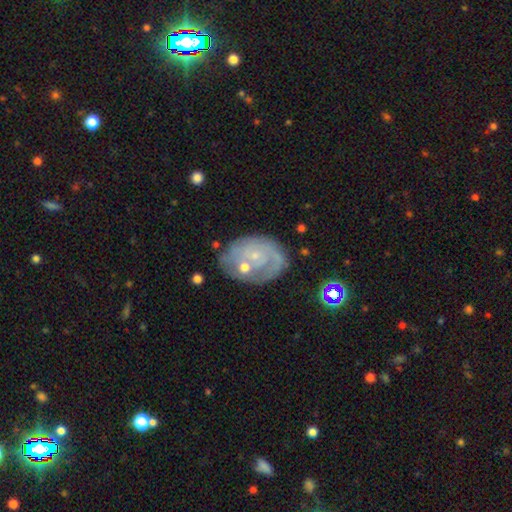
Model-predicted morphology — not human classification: type=featured or disk (70%); edge-on=no (97%); bar=no (79%); spiral arms=yes (77%); winding=tight (60%); arm count=can't tell (47%); bulge=small (78%); merging=none (62%).